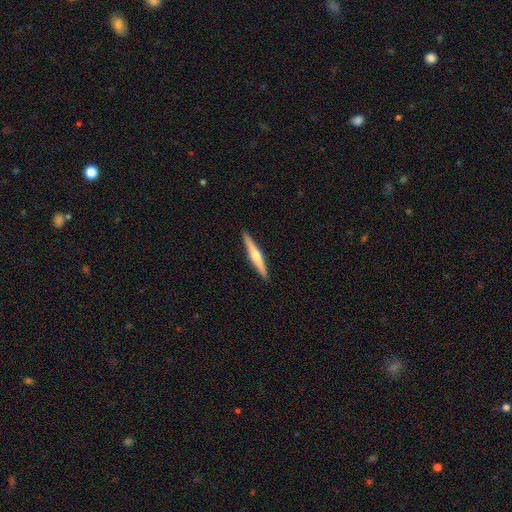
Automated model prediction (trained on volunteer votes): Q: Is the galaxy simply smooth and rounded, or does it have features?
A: featured or disk — 57%.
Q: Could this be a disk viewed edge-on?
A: yes — 98%.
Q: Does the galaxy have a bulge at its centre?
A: rounded — 85%.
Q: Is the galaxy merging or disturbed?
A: none — 92%.